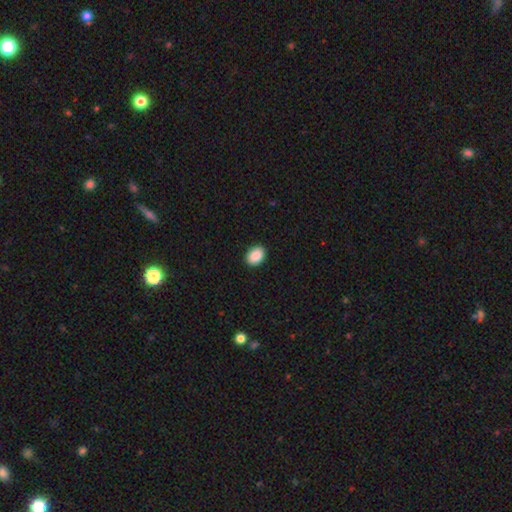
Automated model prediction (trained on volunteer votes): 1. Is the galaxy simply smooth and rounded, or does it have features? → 90% smooth, 7% star or artifact, 3% featured or disk.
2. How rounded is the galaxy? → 76% in between, 23% round, 1% cigar-shaped.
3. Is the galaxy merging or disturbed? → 90% none, 7% minor disturbance, 2% major disturbance, 1% merger.